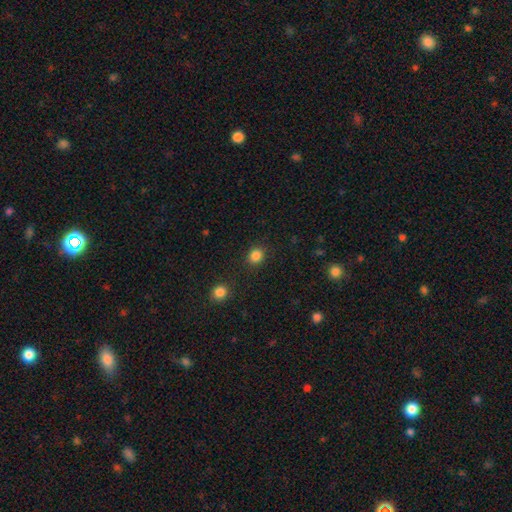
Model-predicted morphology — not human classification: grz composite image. It shows a smooth galaxy with no disk features (85%) that is round (74%). Merging: none (87%).